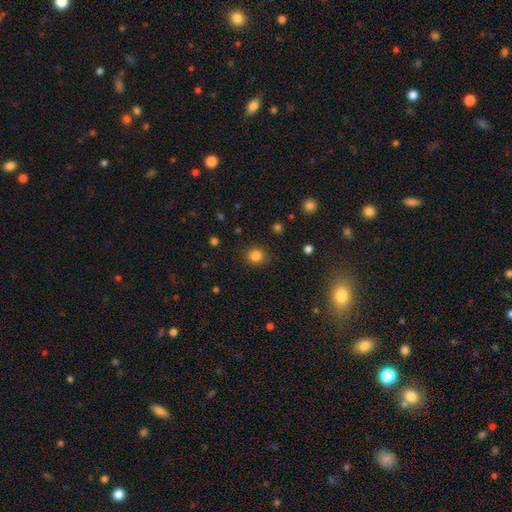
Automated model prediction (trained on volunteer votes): Smooth or featured?
  - smooth: 83% *
  - star or artifact: 13%
  - featured or disk: 5%
How rounded?
  - round: 88% *
  - in between: 11%
  - cigar-shaped: 1%
Merging?
  - none: 86% *
  - minor disturbance: 10%
  - major disturbance: 3%
  - merger: 1%